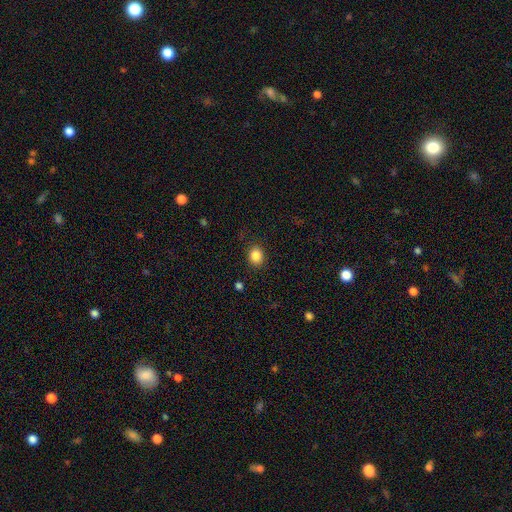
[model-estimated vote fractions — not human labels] This is clearly a smooth galaxy (85%). How rounded: likely round (65%). Merging: clearly none (87%).